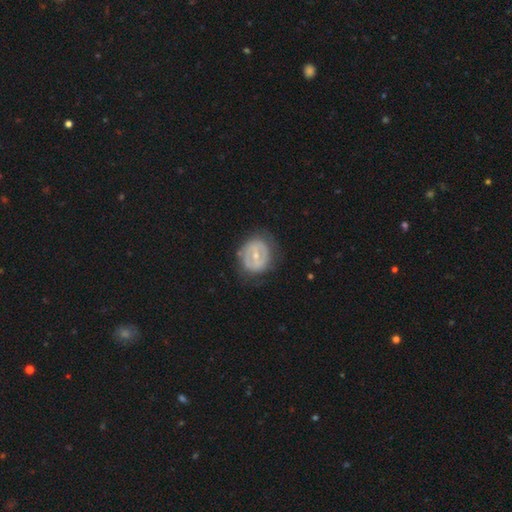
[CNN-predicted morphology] type=featured or disk (66%); edge-on=no (96%); bar=weak (39%); spiral arms=no (66%); bulge=small (50%); merging=none (72%).